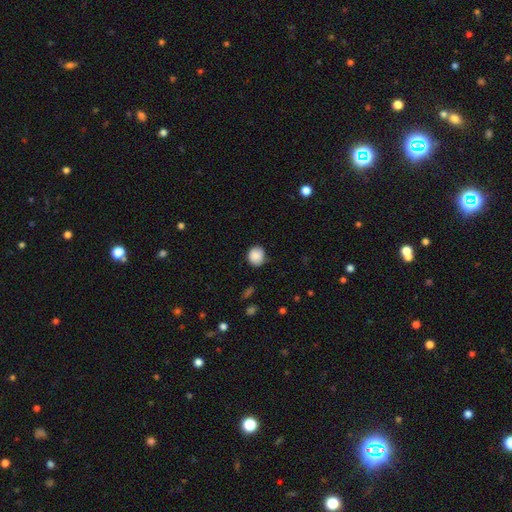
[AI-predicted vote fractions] smooth-or-featured: smooth: 87% | star or artifact: 8% | featured or disk: 5%
  how-rounded: round: 83% | in between: 16% | cigar-shaped: 1%
  merging: none: 77% | minor disturbance: 18% | major disturbance: 3% | merger: 1%